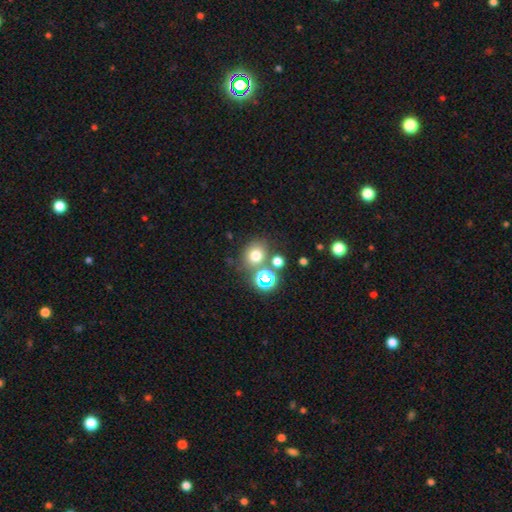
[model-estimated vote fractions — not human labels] smooth_or_featured: smooth (p=0.70) [alt: star or artifact p=0.21]
how_rounded: round (p=0.75) [alt: in between p=0.24]
merging: none (p=0.64) [alt: merger p=0.20]